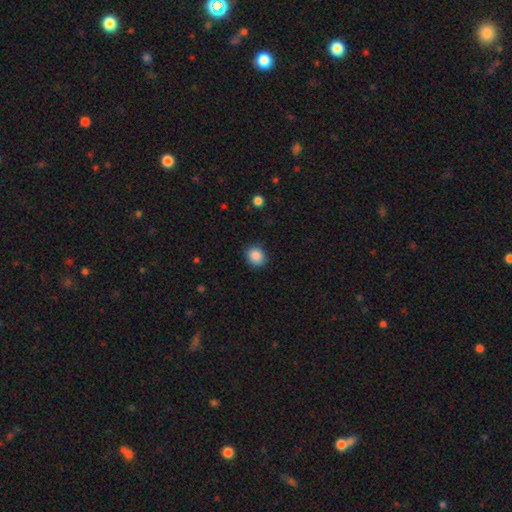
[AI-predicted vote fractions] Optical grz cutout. It shows a smooth galaxy with no disk features (88%) that is round (75%). Merging: none (89%).